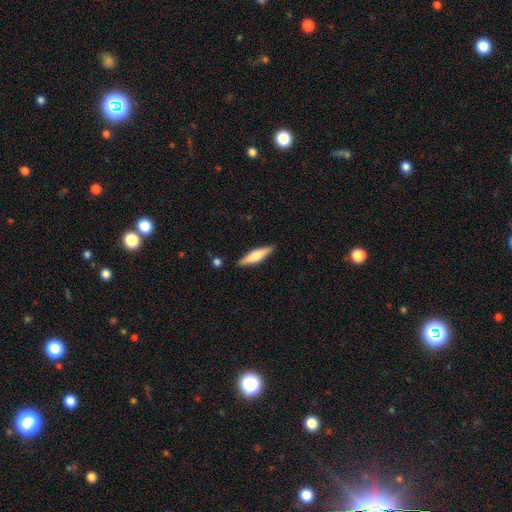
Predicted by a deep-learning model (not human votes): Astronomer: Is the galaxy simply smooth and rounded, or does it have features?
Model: smooth — 58% (runner-up: featured or disk, 37%).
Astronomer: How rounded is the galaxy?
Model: cigar-shaped — 69%.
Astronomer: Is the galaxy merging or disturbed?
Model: none — 87%.